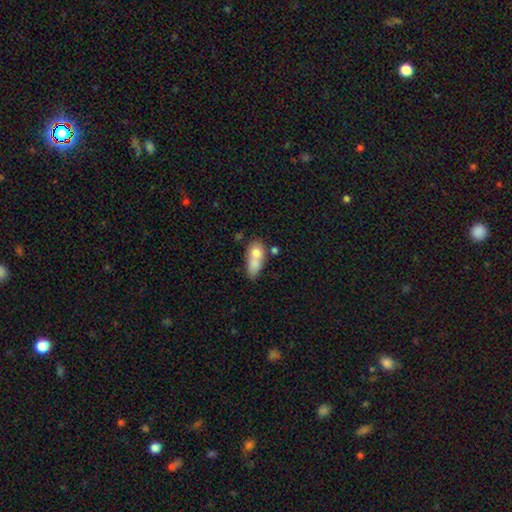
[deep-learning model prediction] A smooth galaxy with no disk features (71%) that is in between round and cigar-shaped (74%).

Vote fractions:
- Smooth or featured? smooth: 71% / featured or disk: 21% / star or artifact: 9%
- How rounded? in between: 74% / round: 14% / cigar-shaped: 12%
- Merging? merger: 43% / none: 30% / minor disturbance: 17% / major disturbance: 9%